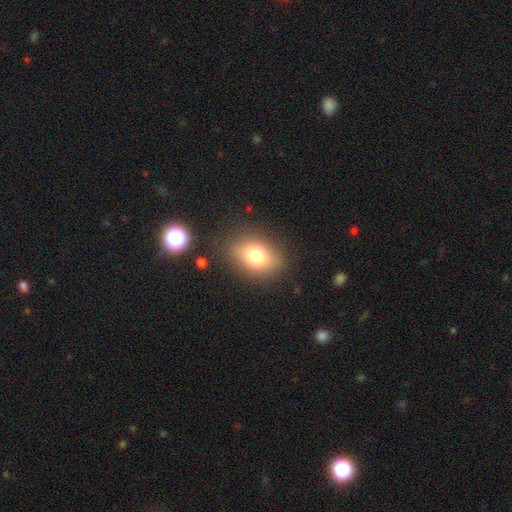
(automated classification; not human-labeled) A smooth galaxy with no disk features (74%) that is in between round and cigar-shaped (67%).

Vote fractions:
- Smooth or featured? smooth: 74% / featured or disk: 14% / star or artifact: 12%
- How rounded? in between: 67% / round: 31% / cigar-shaped: 2%
- Merging? none: 79% / minor disturbance: 13% / major disturbance: 5% / merger: 2%